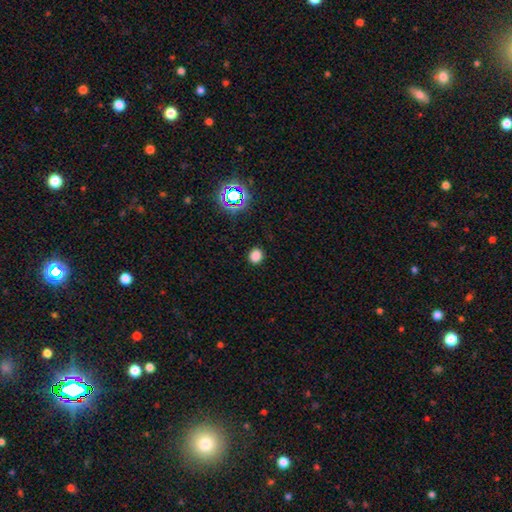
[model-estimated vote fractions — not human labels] This appears to be a smooth galaxy with no disk features (80%) that is round (72%). Merging: none (90%).